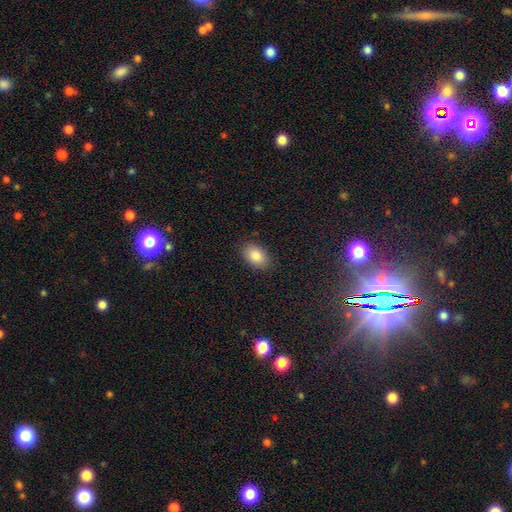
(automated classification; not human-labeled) Smooth or featured: smooth — 85% (star or artifact — 8%)
How rounded: in between — 88% (round — 10%)
Merging: none — 87% (minor disturbance — 10%)